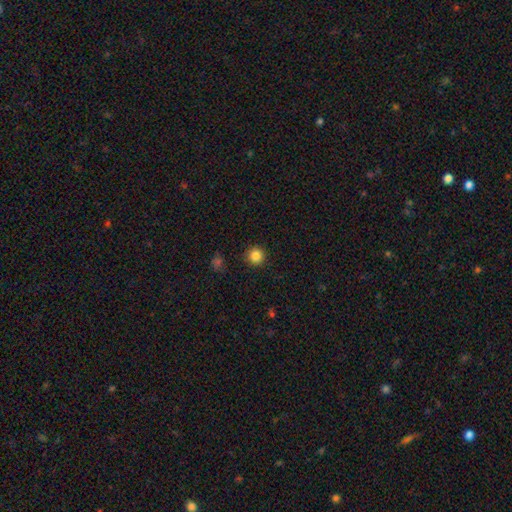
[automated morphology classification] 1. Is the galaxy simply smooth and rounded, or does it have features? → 84% smooth, 11% star or artifact, 4% featured or disk.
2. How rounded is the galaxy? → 95% round, 4% in between, 1% cigar-shaped.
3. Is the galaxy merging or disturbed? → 92% none, 5% minor disturbance, 2% major disturbance, 1% merger.